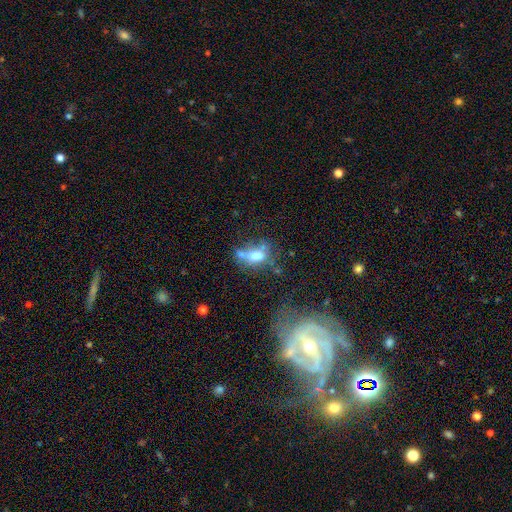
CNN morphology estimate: smooth 58%, featured or disk 29%, star or artifact 13%. Down the decision tree: how rounded — in between (78%); merging — merger (31%).